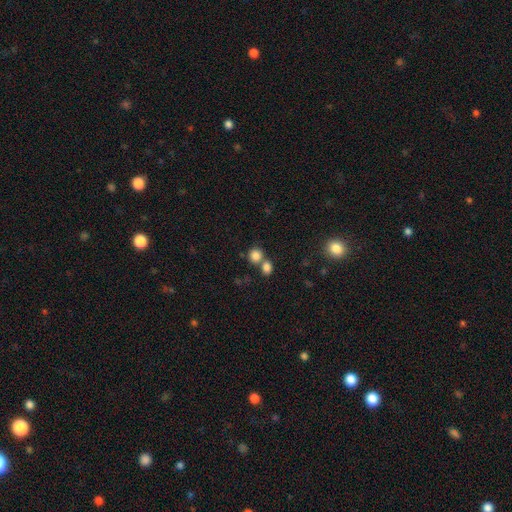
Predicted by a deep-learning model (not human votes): A smooth galaxy with no disk features (83%) that is round (83%).

Vote fractions:
- Smooth or featured? smooth: 83% / star or artifact: 11% / featured or disk: 6%
- How rounded? round: 83% / in between: 16% / cigar-shaped: 1%
- Merging? none: 50% / merger: 39% / minor disturbance: 8% / major disturbance: 3%